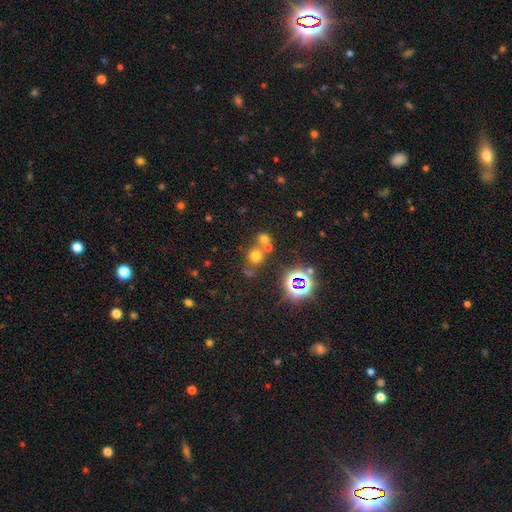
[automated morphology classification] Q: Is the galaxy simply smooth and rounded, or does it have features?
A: smooth — 58%.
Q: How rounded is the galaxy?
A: round — 85%.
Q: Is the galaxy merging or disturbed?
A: none — 56%.